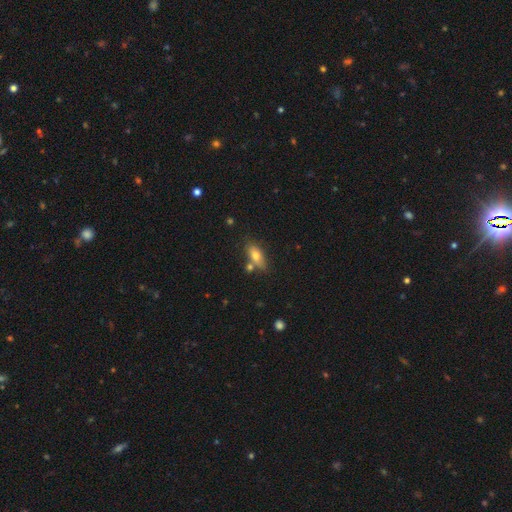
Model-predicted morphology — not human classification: The model was most divided on "smooth or featured": smooth: 70%, featured or disk: 22%, star or artifact: 8%. More confident: how rounded — in between (77%); merging — none (65%).